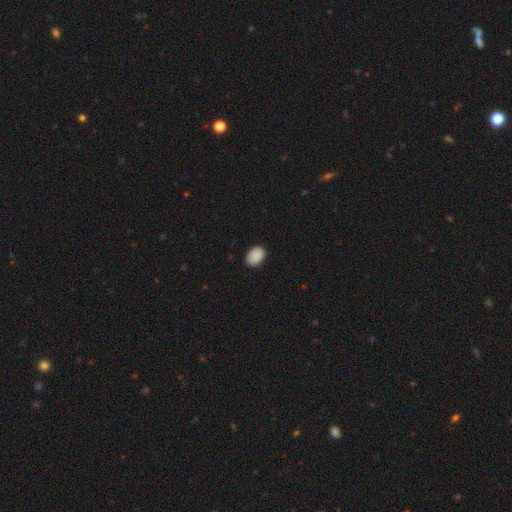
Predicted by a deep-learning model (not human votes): A smooth galaxy with no disk features (90%) that is in between round and cigar-shaped (82%). Merging: none (88%).